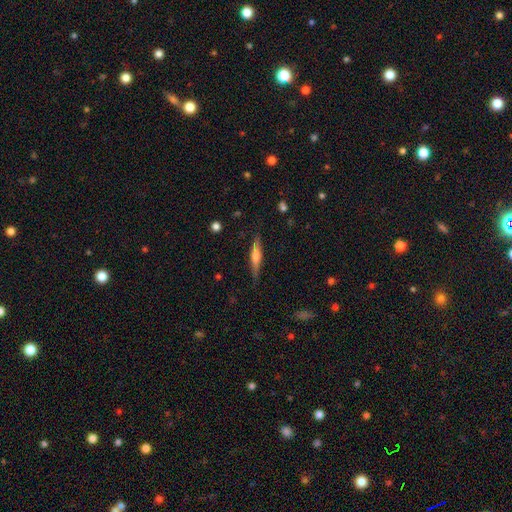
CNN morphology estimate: Overall: featured or disk (52%; smooth 41%). Edge-on disk: yes (95%). Merging: none (84%).